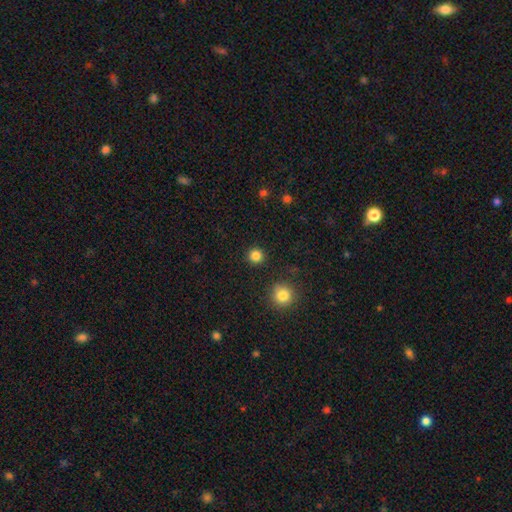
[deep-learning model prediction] Q: Smooth or featured?
A: smooth (84%); runner-up: star or artifact (13%)
Q: How rounded?
A: round (95%); runner-up: in between (4%)
Q: Merging?
A: none (92%); runner-up: minor disturbance (5%)